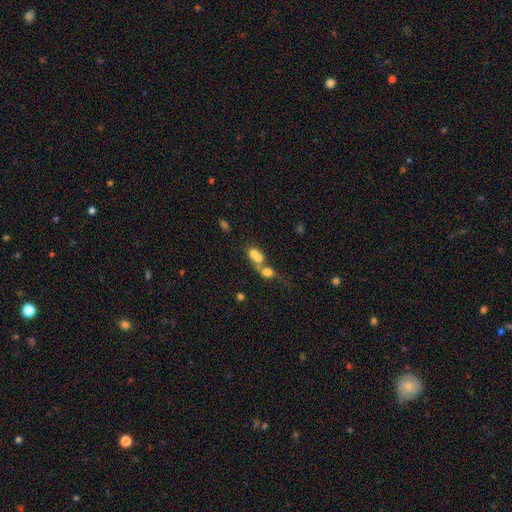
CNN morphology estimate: This appears to be a smooth galaxy with no disk features (66%) that is in between round and cigar-shaped (50%). Merging: merger (73%).